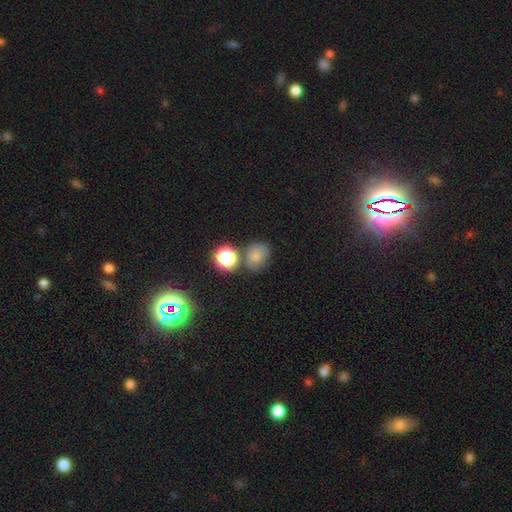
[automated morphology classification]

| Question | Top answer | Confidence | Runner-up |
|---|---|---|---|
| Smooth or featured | smooth | 71% | star or artifact (18%) |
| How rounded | round | 58% | in between (41%) |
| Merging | none | 60% | minor disturbance (18%) |